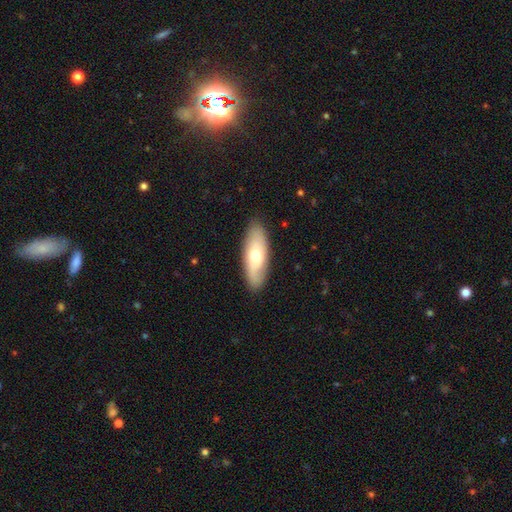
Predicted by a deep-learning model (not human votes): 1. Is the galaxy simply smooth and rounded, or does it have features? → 59% smooth, 36% featured or disk, 6% star or artifact.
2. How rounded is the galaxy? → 68% in between, 29% cigar-shaped, 3% round.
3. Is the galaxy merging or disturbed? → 86% none, 11% minor disturbance, 2% major disturbance, 1% merger.